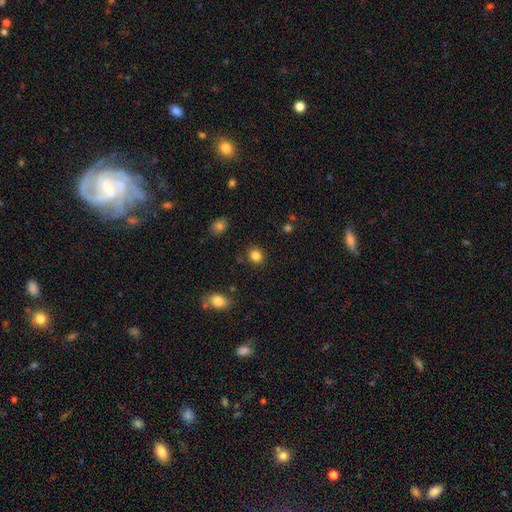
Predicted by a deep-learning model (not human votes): Smooth or featured? smooth (85%)
How rounded? round (71%)
Merging? none (88%)